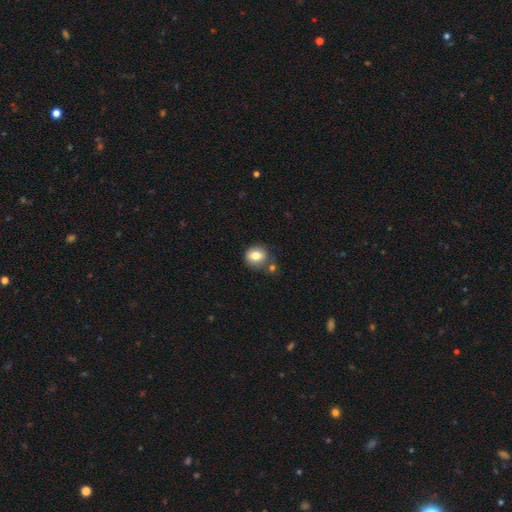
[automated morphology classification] type=smooth (79%); roundness=round (68%); merging=none (60%).